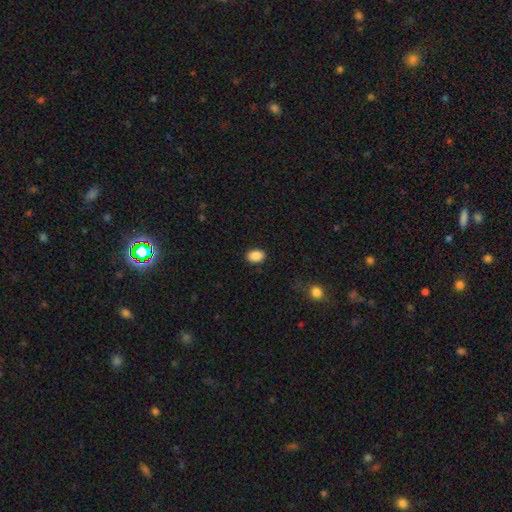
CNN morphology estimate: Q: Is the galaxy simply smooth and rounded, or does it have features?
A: smooth — 89%.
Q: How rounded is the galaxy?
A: in between — 82%.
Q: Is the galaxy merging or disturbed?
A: none — 88%.